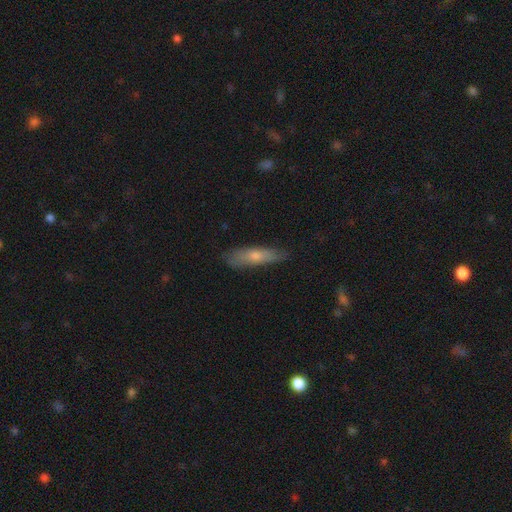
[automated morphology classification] Smooth or featured: smooth — 60% (featured or disk — 34%)
How rounded: cigar-shaped — 74% (in between — 24%)
Merging: none — 77% (minor disturbance — 19%)